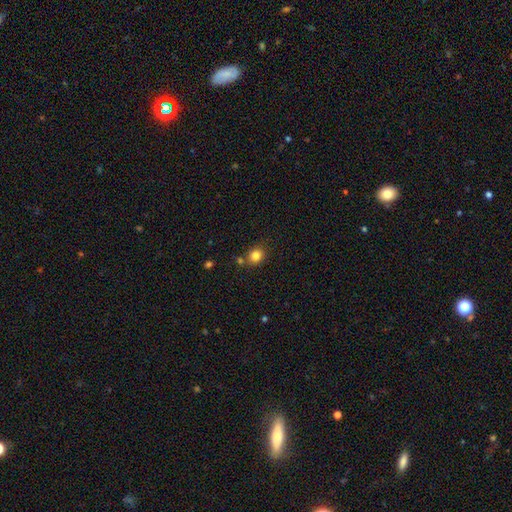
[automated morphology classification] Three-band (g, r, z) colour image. It shows a smooth galaxy with no disk features (83%) that is round (71%). Merging: none (75%).